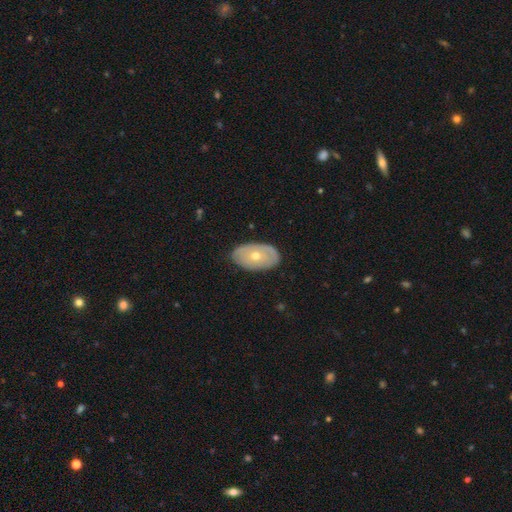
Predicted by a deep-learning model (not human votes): smooth_or_featured: featured or disk (p=0.53) [alt: smooth p=0.40]
disk_edge_on: no (p=0.88) [alt: yes p=0.12]
merging: none (p=0.81) [alt: minor disturbance p=0.15]